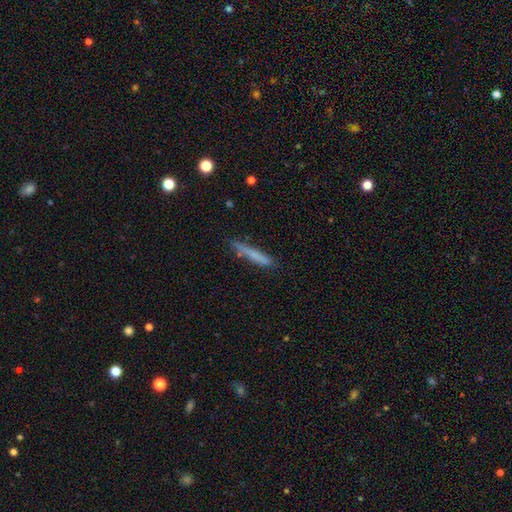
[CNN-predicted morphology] Q: Smooth or featured?
A: smooth (72%); runner-up: featured or disk (21%)
Q: How rounded?
A: cigar-shaped (94%); runner-up: in between (5%)
Q: Merging?
A: none (72%); runner-up: minor disturbance (21%)